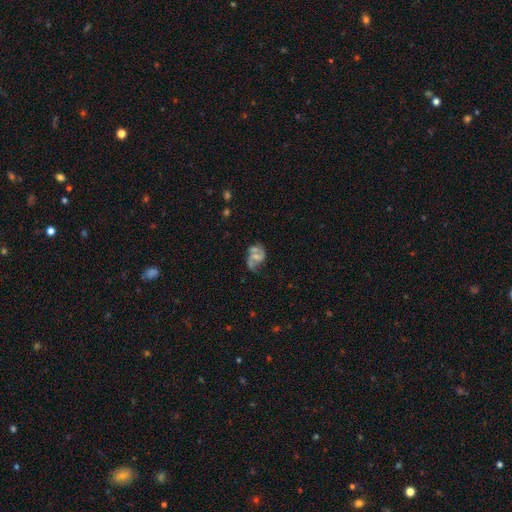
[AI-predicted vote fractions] smooth_or_featured: featured or disk (p=0.69) [alt: smooth p=0.22]
disk_edge_on: no (p=0.98) [alt: yes p=0.02]
bar: no (p=0.47) [alt: weak p=0.40]
has_spiral_arms: yes (p=0.79) [alt: no p=0.21]
spiral_winding: loose (p=0.45) [alt: medium p=0.41]
spiral_arm_count: 2 (p=0.78) [alt: can't tell p=0.09]
bulge_size: small (p=0.38) [alt: moderate p=0.33]
merging: none (p=0.38) [alt: major disturbance p=0.24]